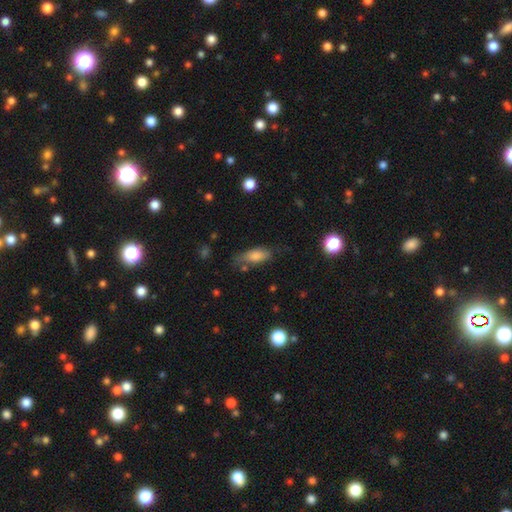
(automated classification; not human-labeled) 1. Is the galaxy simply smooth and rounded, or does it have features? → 77% smooth, 15% featured or disk, 8% star or artifact.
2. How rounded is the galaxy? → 76% in between, 21% cigar-shaped, 3% round.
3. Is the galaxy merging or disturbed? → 61% none, 26% minor disturbance, 9% major disturbance, 5% merger.